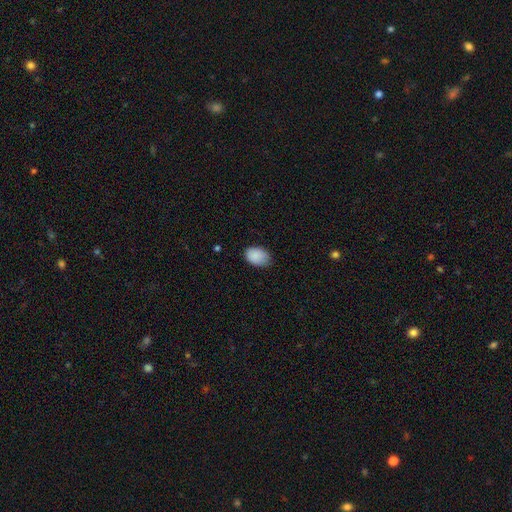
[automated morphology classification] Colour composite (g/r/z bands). It shows a smooth galaxy with no disk features (89%) that is in between round and cigar-shaped (85%). Merging: none (77%).